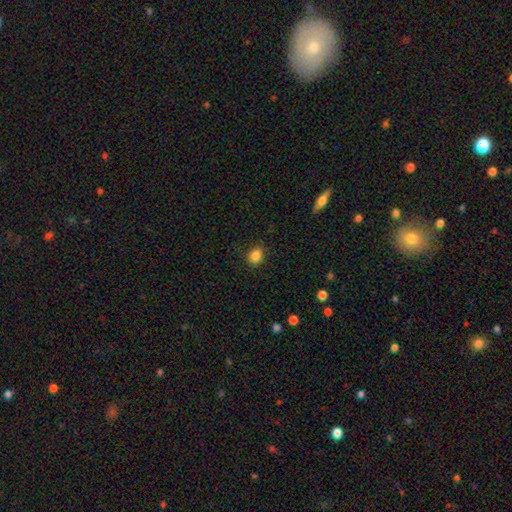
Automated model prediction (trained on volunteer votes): Morphology: type=smooth (85%); roundness=round (59%); merging=none (88%).